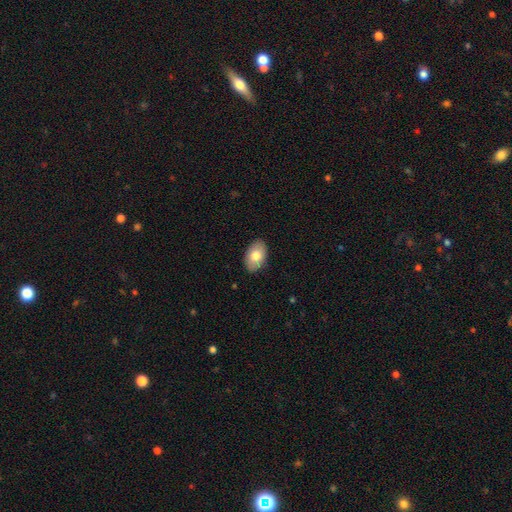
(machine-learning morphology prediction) Smooth or featured? smooth (78%)
How rounded? in between (92%)
Merging? none (88%)